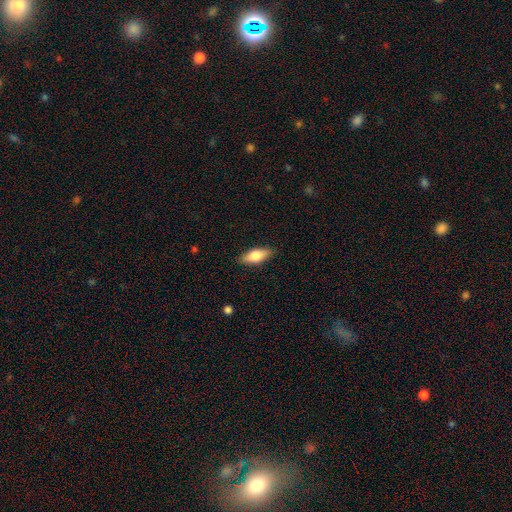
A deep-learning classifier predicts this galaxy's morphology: smooth_or_featured: smooth (p=0.75) [alt: featured or disk p=0.19]
how_rounded: in between (p=0.78) [alt: cigar-shaped p=0.20]
merging: none (p=0.87) [alt: minor disturbance p=0.10]